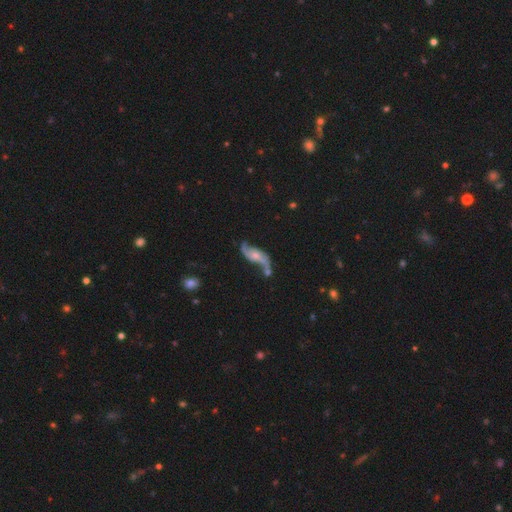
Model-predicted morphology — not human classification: smooth-or-featured: featured or disk: 78% | smooth: 15% | star or artifact: 7%
  disk-edge-on: no: 92% | yes: 8%
    bar: no: 63% | weak: 30% | strong: 8%
    has-spiral-arms: yes: 91% | no: 9%
      spiral-winding: loose: 80% | medium: 15% | tight: 5%
      spiral-arm-count: 2: 90% | can't tell: 4% | 1: 4% | 3: 1% | 4: 1% | more than 4: 1%
    bulge-size: small: 44% | moderate: 40% | none: 10% | large: 5% | dominant: 2%
  merging: none: 40% | merger: 26% | minor disturbance: 20% | major disturbance: 14%